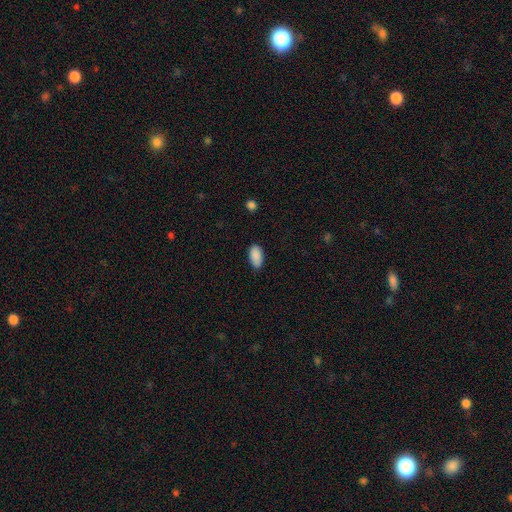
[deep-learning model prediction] Morphology: type=smooth (90%); roundness=in between (94%); merging=none (84%).